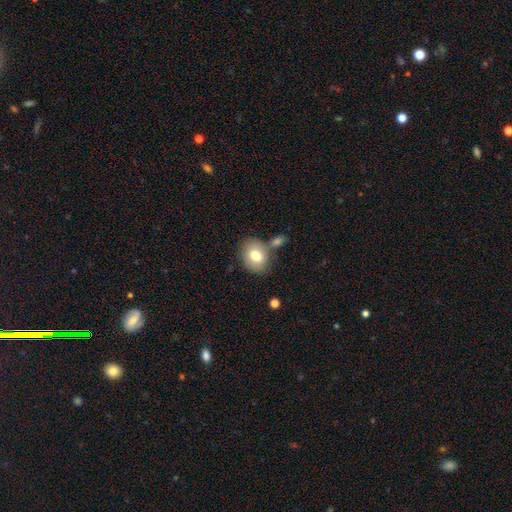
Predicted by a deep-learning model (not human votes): smooth_or_featured: smooth (p=0.75) [alt: featured or disk p=0.17]
how_rounded: in between (p=0.53) [alt: round p=0.46]
merging: none (p=0.64) [alt: merger p=0.17]